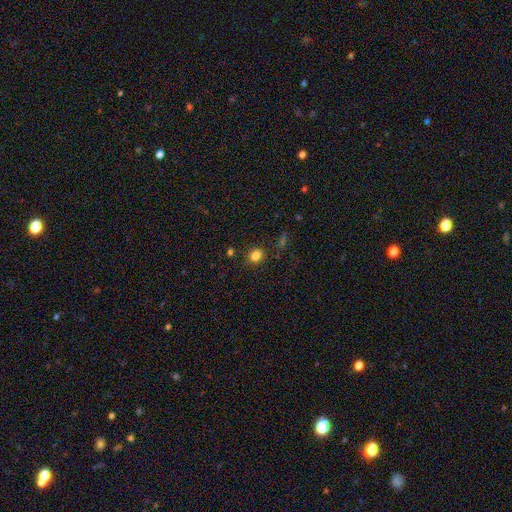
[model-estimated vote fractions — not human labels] This is clearly a smooth galaxy (81%). How rounded: likely round (79%). Merging: clearly none (86%).